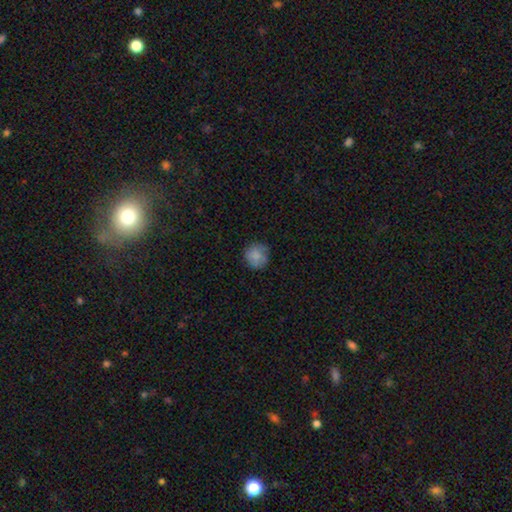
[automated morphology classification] Smooth or featured?
  - smooth: 83% *
  - featured or disk: 9%
  - star or artifact: 8%
How rounded?
  - round: 90% *
  - in between: 9%
  - cigar-shaped: 1%
Merging?
  - none: 77% *
  - minor disturbance: 18%
  - major disturbance: 4%
  - merger: 1%